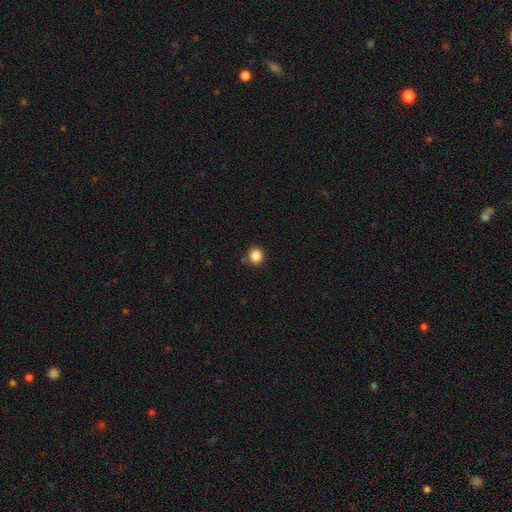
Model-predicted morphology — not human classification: Smooth or featured? smooth (86%)
How rounded? round (80%)
Merging? none (87%)